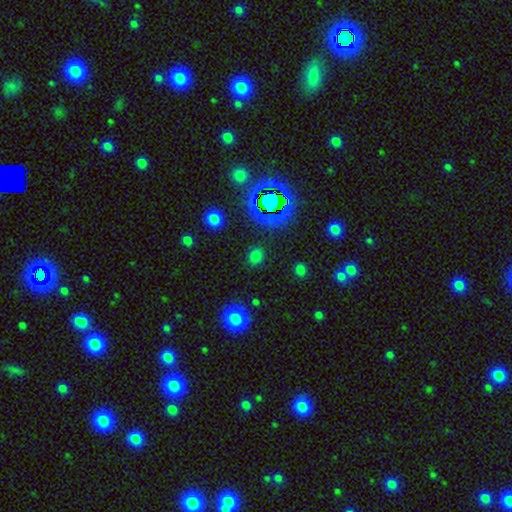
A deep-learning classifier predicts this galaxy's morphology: Smooth or featured? Predicted: smooth (p=0.69). How rounded? Predicted: round (p=0.78). Merging? Predicted: none (p=0.86).